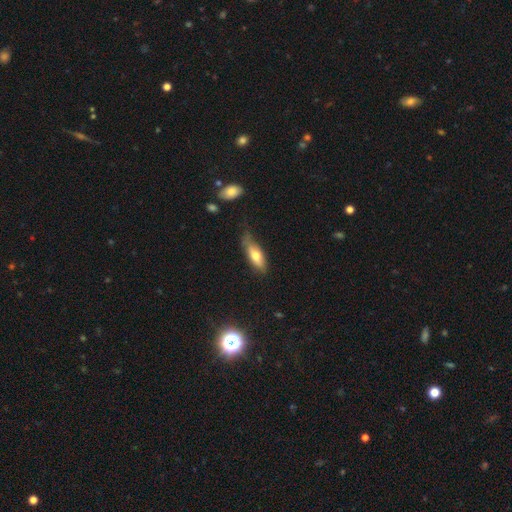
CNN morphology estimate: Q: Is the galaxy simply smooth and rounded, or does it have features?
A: smooth — 67%.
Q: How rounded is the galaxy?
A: in between — 64%.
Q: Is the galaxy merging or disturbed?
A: none — 53%.